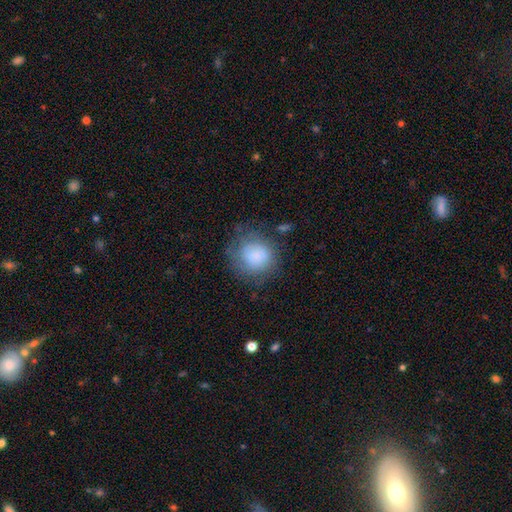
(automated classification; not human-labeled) Smooth or featured? smooth (81%)
How rounded? round (86%)
Merging? none (63%)